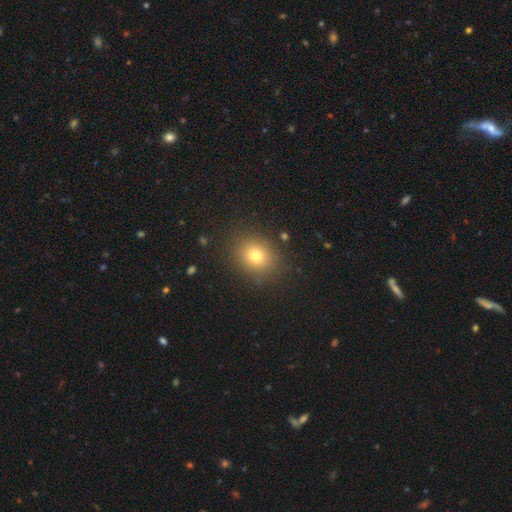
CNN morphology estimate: Q: Smooth or featured?
A: smooth (75%); runner-up: star or artifact (15%)
Q: How rounded?
A: round (68%); runner-up: in between (31%)
Q: Merging?
A: none (86%); runner-up: minor disturbance (9%)